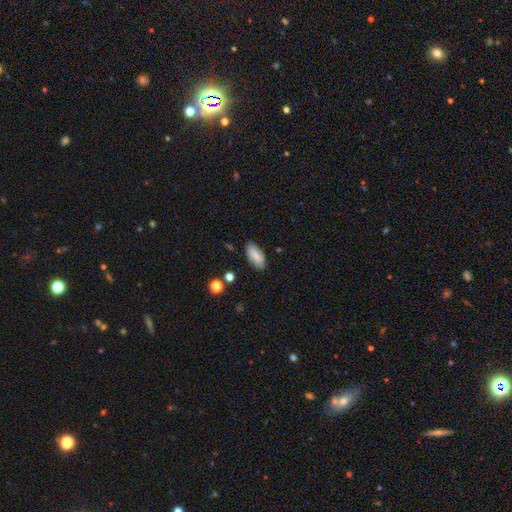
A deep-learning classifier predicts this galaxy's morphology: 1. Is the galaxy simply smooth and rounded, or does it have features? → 83% smooth, 10% featured or disk, 7% star or artifact.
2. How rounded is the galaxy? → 87% in between, 11% cigar-shaped, 2% round.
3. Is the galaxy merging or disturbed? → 83% none, 13% minor disturbance, 3% major disturbance, 2% merger.